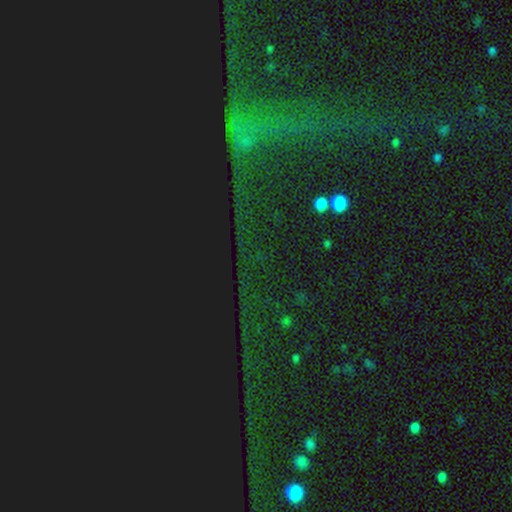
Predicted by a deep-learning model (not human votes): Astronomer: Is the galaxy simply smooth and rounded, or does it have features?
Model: star or artifact — 80%.